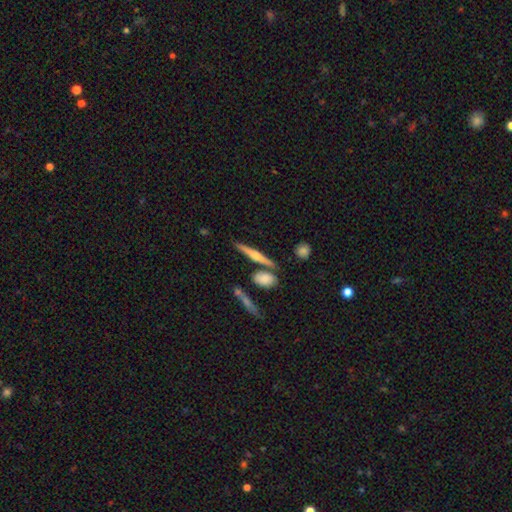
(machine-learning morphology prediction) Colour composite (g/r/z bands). It shows a featured or disk galaxy (57%) viewed edge-on (96%) with a rounded central bulge (78%). Merging: none (78%).